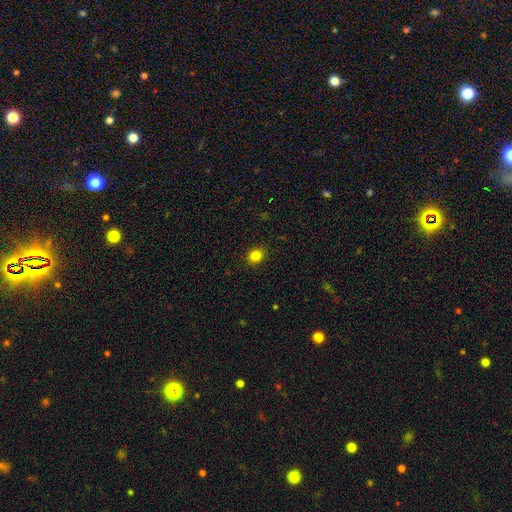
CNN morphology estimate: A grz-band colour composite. It shows a smooth galaxy with no disk features (83%) that is round (72%). Merging: none (91%).